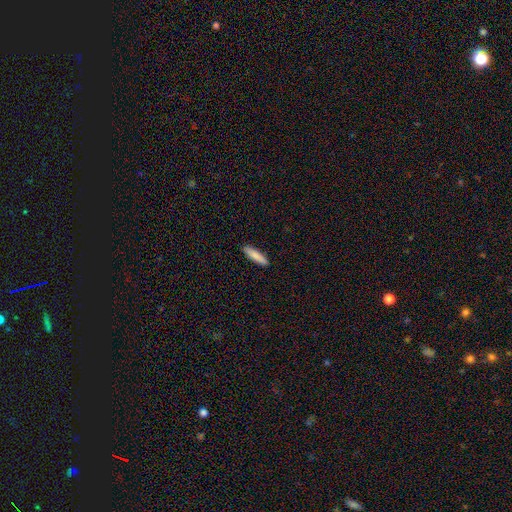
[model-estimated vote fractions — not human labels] Smooth or featured? smooth (85%)
How rounded? cigar-shaped (80%)
Merging? none (91%)